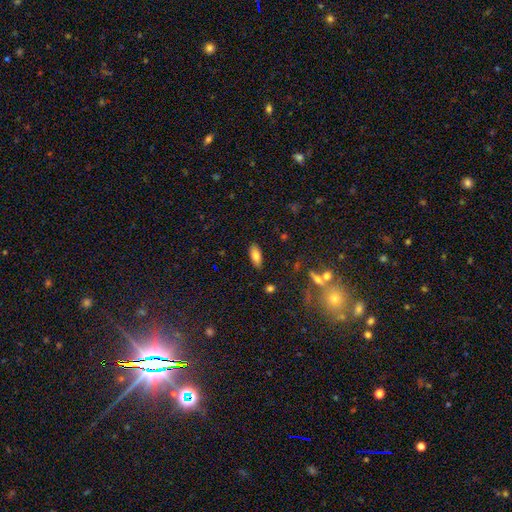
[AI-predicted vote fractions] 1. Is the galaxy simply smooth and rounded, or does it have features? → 77% smooth, 13% featured or disk, 9% star or artifact.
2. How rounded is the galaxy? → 81% in between, 16% cigar-shaped, 2% round.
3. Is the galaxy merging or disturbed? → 85% none, 11% minor disturbance, 3% major disturbance, 2% merger.